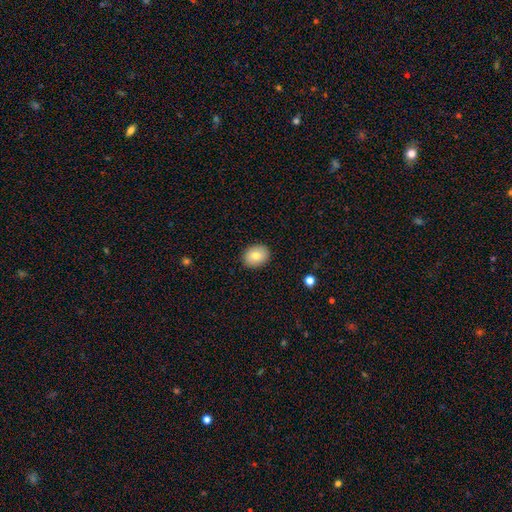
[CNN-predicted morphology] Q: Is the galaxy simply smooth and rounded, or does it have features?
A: smooth — 78%.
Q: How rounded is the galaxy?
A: in between — 51%.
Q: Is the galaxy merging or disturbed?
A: none — 90%.